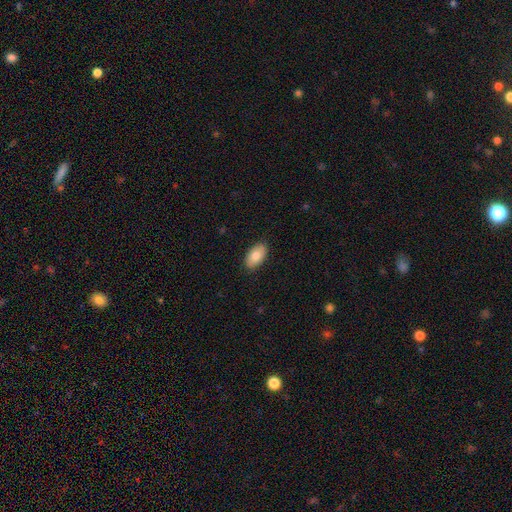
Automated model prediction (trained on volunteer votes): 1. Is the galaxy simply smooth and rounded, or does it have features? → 82% smooth, 11% featured or disk, 6% star or artifact.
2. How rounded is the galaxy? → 94% in between, 3% round, 2% cigar-shaped.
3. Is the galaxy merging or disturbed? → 88% none, 9% minor disturbance, 2% major disturbance, 1% merger.